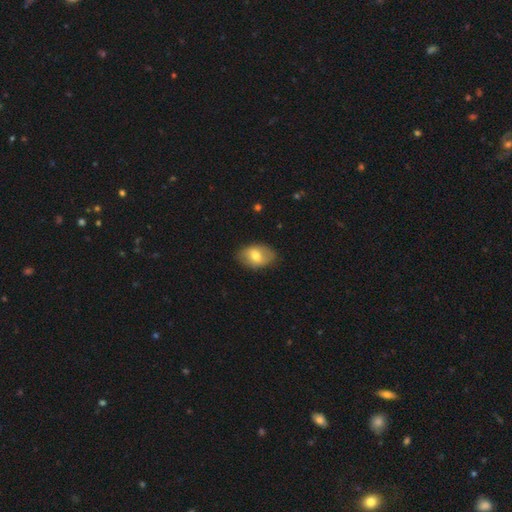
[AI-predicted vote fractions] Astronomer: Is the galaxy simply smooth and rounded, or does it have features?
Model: smooth — 63%.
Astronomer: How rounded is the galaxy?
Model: in between — 84%.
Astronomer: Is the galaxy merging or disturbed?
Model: none — 80%.